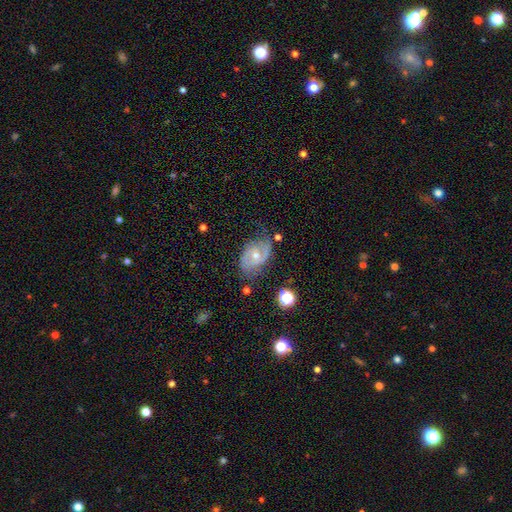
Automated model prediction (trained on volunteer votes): Smooth or featured: featured or disk — 75% (smooth — 16%)
Edge-on disk: no — 96% (yes — 4%)
Bar: no — 57% (weak — 35%)
Spiral arms: yes — 88% (no — 12%)
Spiral winding: medium — 44% (tight — 37%)
Spiral arm count: 2 — 76% (can't tell — 13%)
Bulge size: moderate — 52% (small — 44%)
Merging: none — 67% (minor disturbance — 23%)